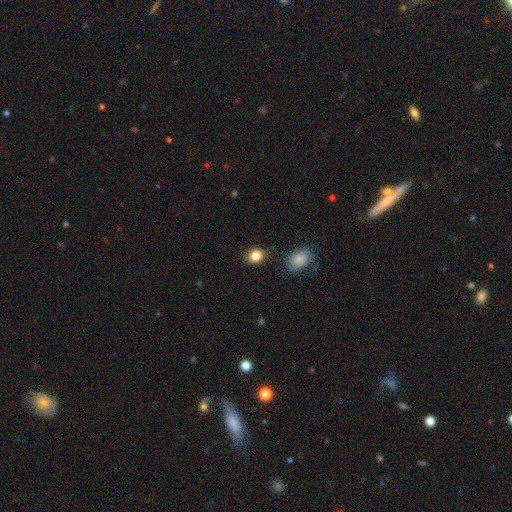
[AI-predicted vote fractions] Smooth or featured? Predicted: smooth (p=0.84). How rounded? Predicted: in between (p=0.59). Merging? Predicted: none (p=0.82).